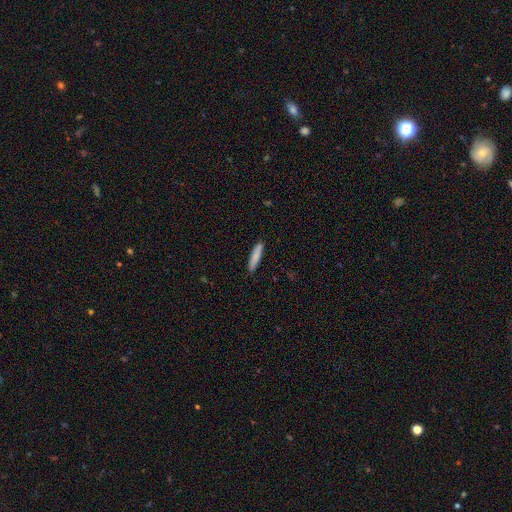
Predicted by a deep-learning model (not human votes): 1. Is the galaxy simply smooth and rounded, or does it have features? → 83% smooth, 11% featured or disk, 6% star or artifact.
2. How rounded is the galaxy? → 86% cigar-shaped, 13% in between, 1% round.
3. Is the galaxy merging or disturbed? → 88% none, 9% minor disturbance, 2% major disturbance, 1% merger.